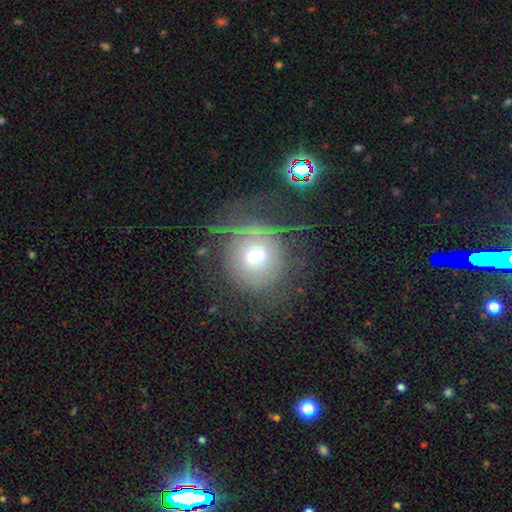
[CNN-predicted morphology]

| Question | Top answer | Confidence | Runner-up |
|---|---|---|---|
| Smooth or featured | smooth | 45% | featured or disk (41%) |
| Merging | none | 45% | major disturbance (31%) |